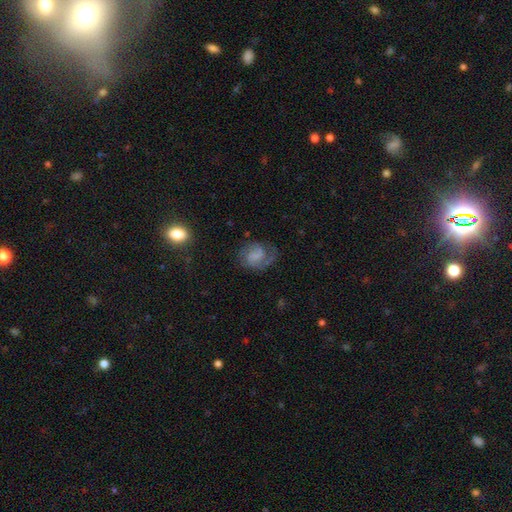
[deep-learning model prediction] A featured or disk galaxy (65%) with a weak bar (46%), 2 (59%) medium (47%) spiral arms (91%) and no central bulge (48%). Merging: none (58%).